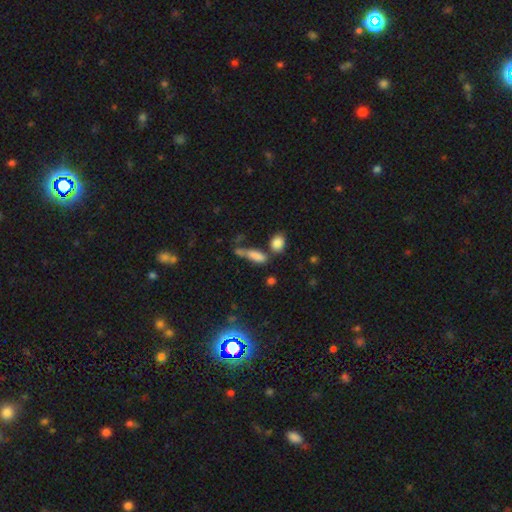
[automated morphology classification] The model was most divided on "how rounded": in between: 54%, cigar-shaped: 40%, round: 7%. Remaining: smooth or featured — smooth (76%); merging — none (42%).